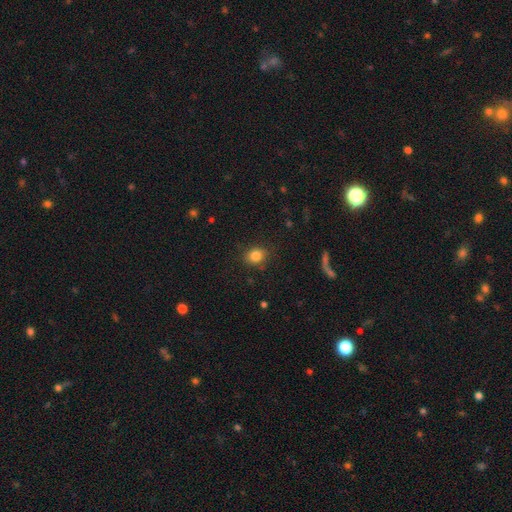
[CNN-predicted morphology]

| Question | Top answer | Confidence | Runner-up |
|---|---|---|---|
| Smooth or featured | smooth | 84% | star or artifact (10%) |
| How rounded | round | 62% | in between (37%) |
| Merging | none | 84% | minor disturbance (11%) |